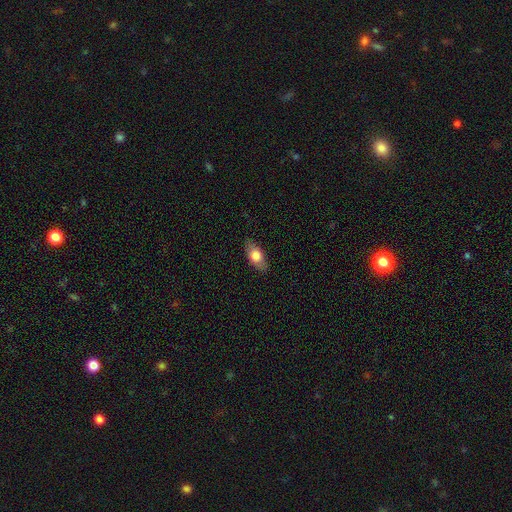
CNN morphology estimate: The model was most divided on "smooth or featured": smooth: 72%, featured or disk: 21%, star or artifact: 7%. More confident: how rounded — in between (84%); merging — none (84%).